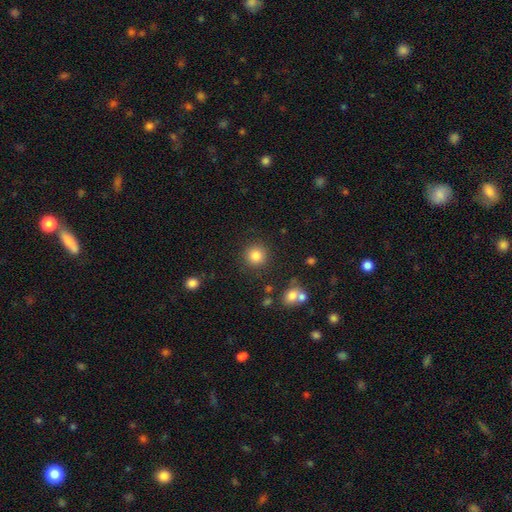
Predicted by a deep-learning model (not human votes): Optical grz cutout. It shows a smooth galaxy with no disk features (83%) that is round (93%). Merging: none (88%).